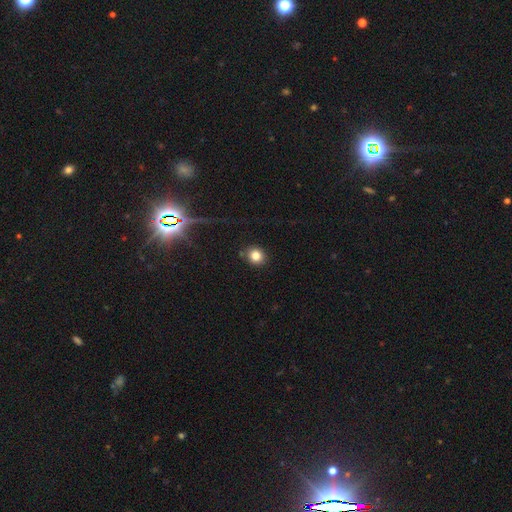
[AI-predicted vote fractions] Q: Smooth or featured?
A: smooth (81%); runner-up: star or artifact (12%)
Q: How rounded?
A: round (85%); runner-up: in between (14%)
Q: Merging?
A: none (87%); runner-up: minor disturbance (8%)